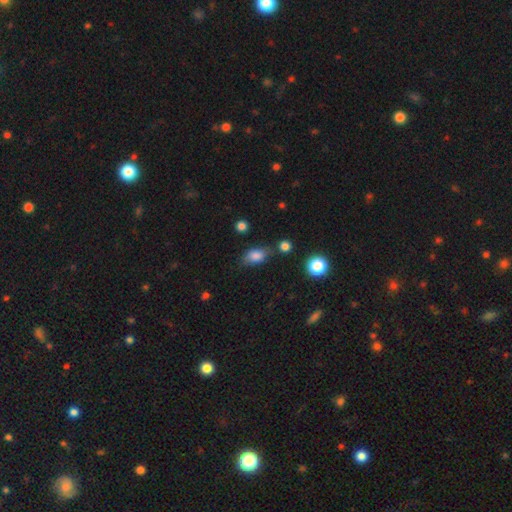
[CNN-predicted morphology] Smooth or featured? Predicted: smooth (p=0.82). How rounded? Predicted: in between (p=0.82). Merging? Predicted: none (p=0.63).